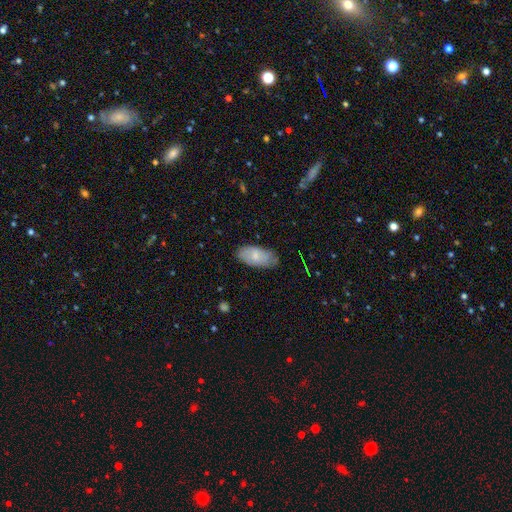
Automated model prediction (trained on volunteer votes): This appears to be a smooth galaxy with no disk features (71%) that is in between round and cigar-shaped (93%). Merging: none (76%).